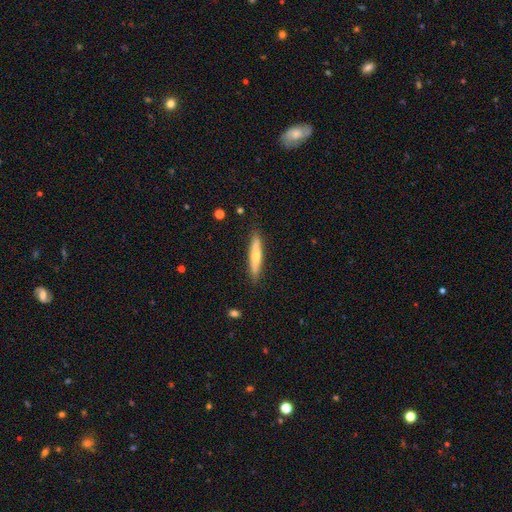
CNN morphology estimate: Q: Smooth or featured?
A: smooth (59%); runner-up: featured or disk (35%)
Q: How rounded?
A: cigar-shaped (90%); runner-up: in between (9%)
Q: Merging?
A: none (88%); runner-up: minor disturbance (9%)